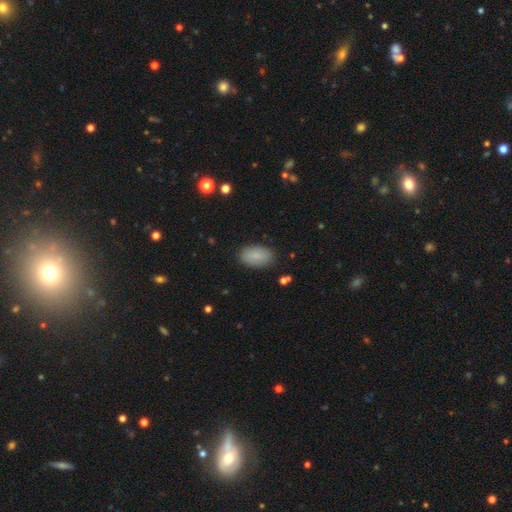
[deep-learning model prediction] Smooth or featured? Predicted: smooth (p=0.86). How rounded? Predicted: in between (p=0.94). Merging? Predicted: none (p=0.87).